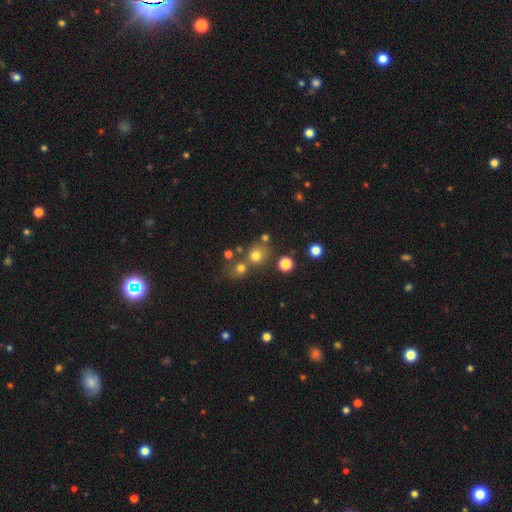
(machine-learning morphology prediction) Q: Smooth or featured?
A: smooth (70%); runner-up: star or artifact (19%)
Q: How rounded?
A: round (84%); runner-up: in between (15%)
Q: Merging?
A: none (59%); runner-up: merger (28%)